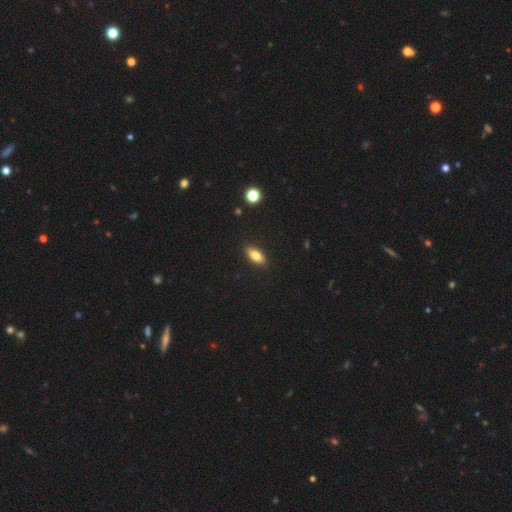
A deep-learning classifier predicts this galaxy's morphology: Smooth or featured? smooth (80%)
How rounded? in between (81%)
Merging? none (89%)